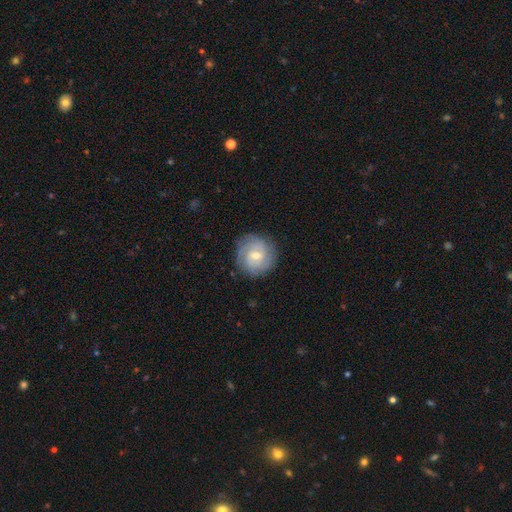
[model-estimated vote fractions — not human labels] Smooth or featured? Predicted: featured or disk (p=0.75). Edge-on disk? Predicted: no (p=0.97). Bar? Predicted: weak (p=0.50). Spiral arms? Predicted: yes (p=0.93). Spiral winding? Predicted: tight (p=0.65). Spiral arm count? Predicted: can't tell (p=0.29, tied with 2). Bulge size? Predicted: moderate (p=0.53). Merging? Predicted: none (p=0.84).